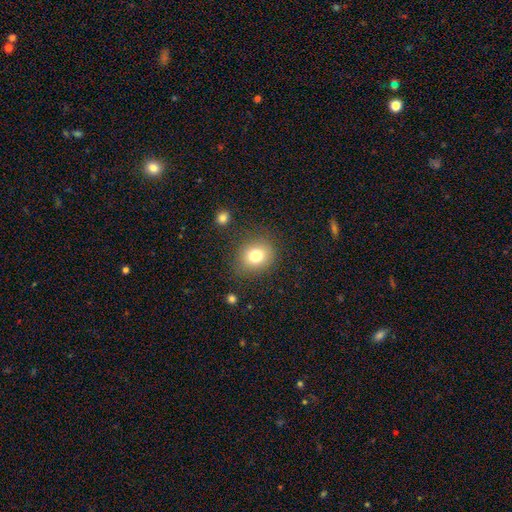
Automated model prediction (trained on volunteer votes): A smooth galaxy with no disk features (79%) that is round (73%). Merging: none (81%).